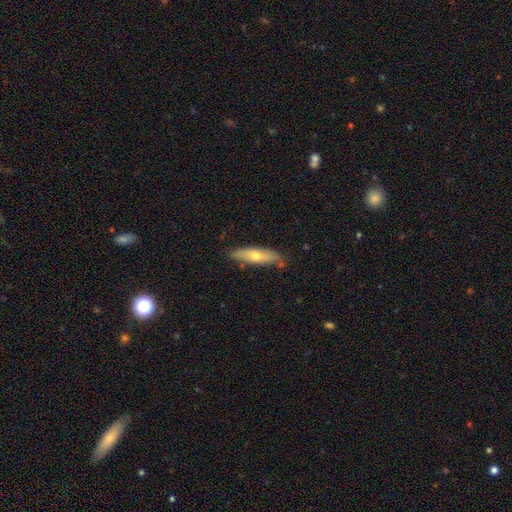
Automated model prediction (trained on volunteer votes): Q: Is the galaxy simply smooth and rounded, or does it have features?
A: smooth — 58%.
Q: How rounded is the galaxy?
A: cigar-shaped — 70%.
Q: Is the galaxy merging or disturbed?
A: none — 79%.